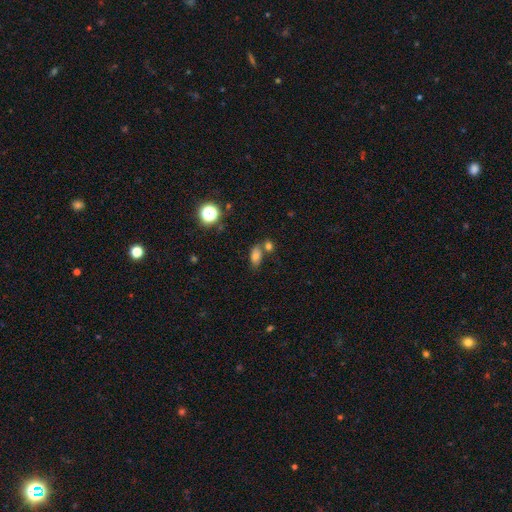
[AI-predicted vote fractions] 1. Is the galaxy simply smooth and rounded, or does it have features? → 73% smooth, 15% star or artifact, 12% featured or disk.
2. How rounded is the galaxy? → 87% in between, 10% round, 3% cigar-shaped.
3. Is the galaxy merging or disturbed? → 56% none, 25% merger, 15% minor disturbance, 5% major disturbance.